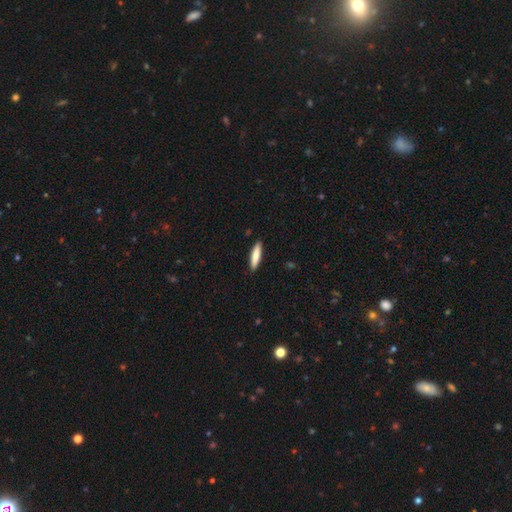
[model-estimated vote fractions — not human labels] A smooth galaxy with no disk features (81%) that is cigar-shaped (78%). Merging: none (90%).